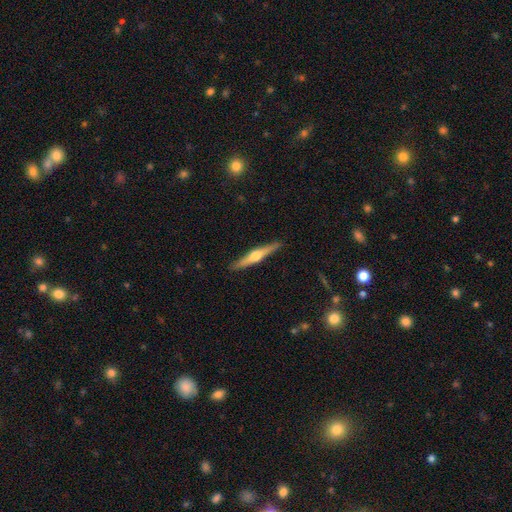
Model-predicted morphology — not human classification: Smooth or featured? Predicted: featured or disk (p=0.67). Edge-on disk? Predicted: yes (p=0.97). Edge-on bulge? Predicted: rounded (p=0.93). Merging? Predicted: none (p=0.91).